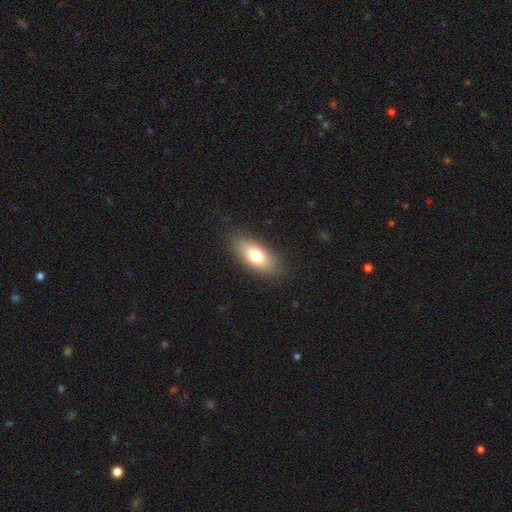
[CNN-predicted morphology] A smooth galaxy with no disk features (75%) that is in between round and cigar-shaped (82%).

Vote fractions:
- Smooth or featured? smooth: 75% / featured or disk: 18% / star or artifact: 7%
- How rounded? in between: 82% / cigar-shaped: 14% / round: 3%
- Merging? none: 86% / minor disturbance: 10% / major disturbance: 3% / merger: 1%